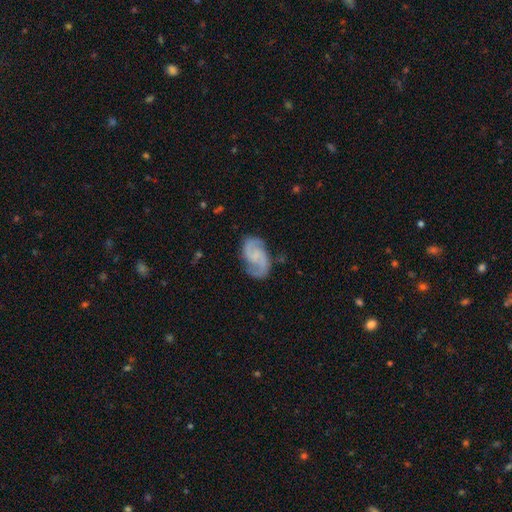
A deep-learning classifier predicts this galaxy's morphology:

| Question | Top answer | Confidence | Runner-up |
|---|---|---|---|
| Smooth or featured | featured or disk | 86% | smooth (9%) |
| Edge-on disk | no | 98% | yes (2%) |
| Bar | no | 48% | weak (42%) |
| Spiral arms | yes | 97% | no (3%) |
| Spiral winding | medium | 55% | loose (24%) |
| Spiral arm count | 2 | 93% | can't tell (3%) |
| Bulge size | none | 46% | small (38%) |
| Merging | none | 79% | minor disturbance (15%) |